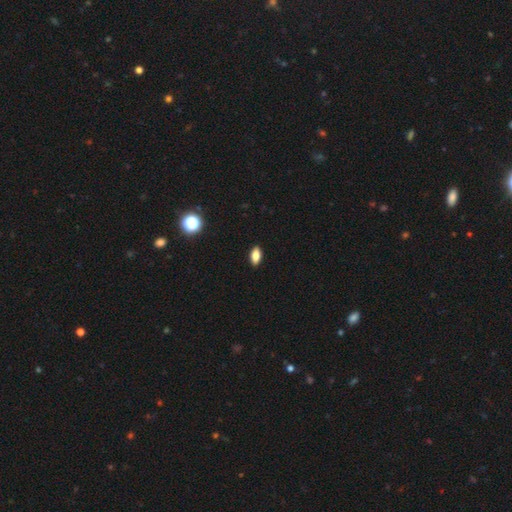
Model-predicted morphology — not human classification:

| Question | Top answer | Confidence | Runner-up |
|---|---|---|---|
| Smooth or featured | smooth | 82% | featured or disk (9%) |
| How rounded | in between | 86% | cigar-shaped (10%) |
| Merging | none | 90% | minor disturbance (7%) |